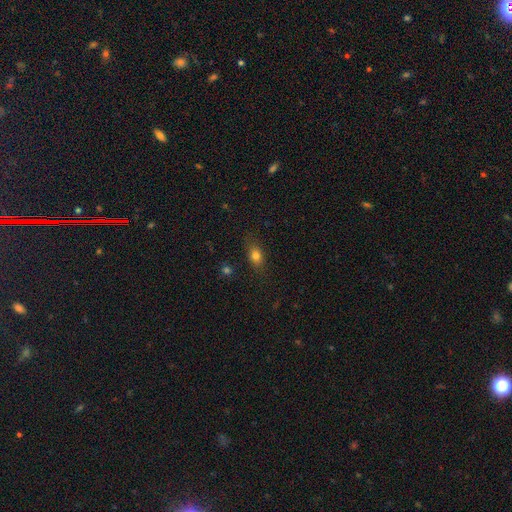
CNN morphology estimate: Overall: smooth (75%). How rounded: in between (70%). Merging: none (79%).